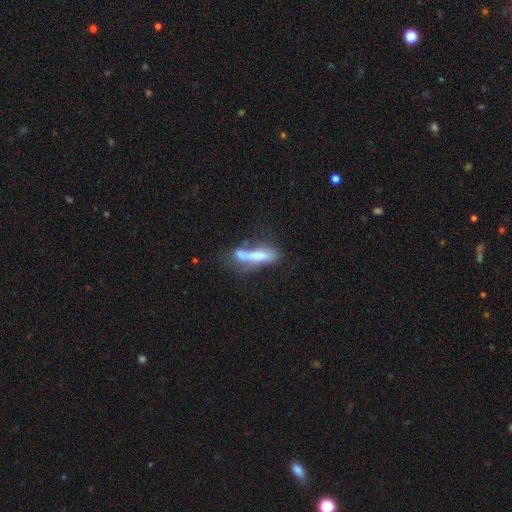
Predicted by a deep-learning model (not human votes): smooth_or_featured: smooth (p=0.58) [alt: featured or disk p=0.34]
how_rounded: cigar-shaped (p=0.72) [alt: in between p=0.25]
merging: none (p=0.36) [alt: merger p=0.27]